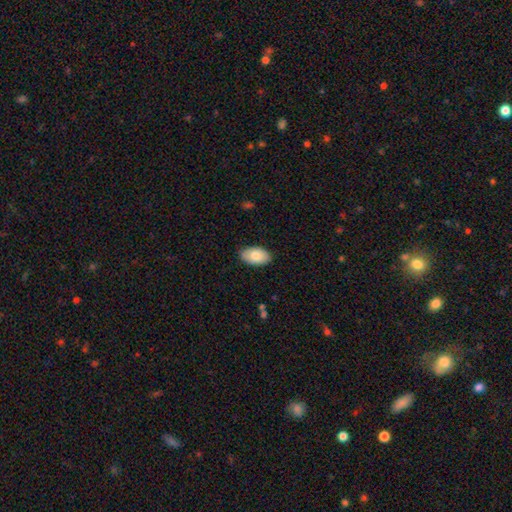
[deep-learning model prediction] The model was most divided on "smooth or featured": smooth: 78%, featured or disk: 16%, star or artifact: 6%. More confident: how rounded — in between (94%); merging — none (85%).